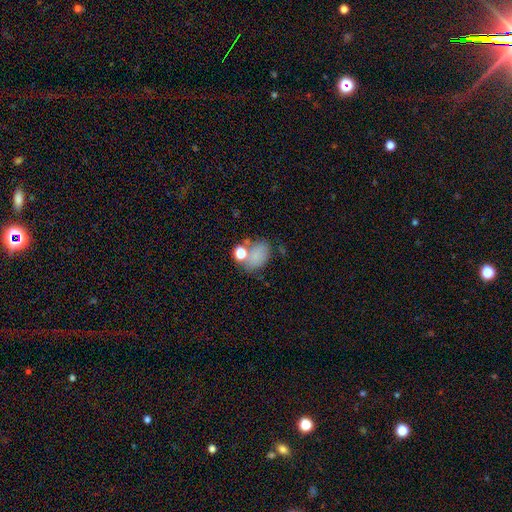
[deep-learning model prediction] Smooth or featured? Predicted: smooth (p=0.76). How rounded? Predicted: in between (p=0.72). Merging? Predicted: none (p=0.49).